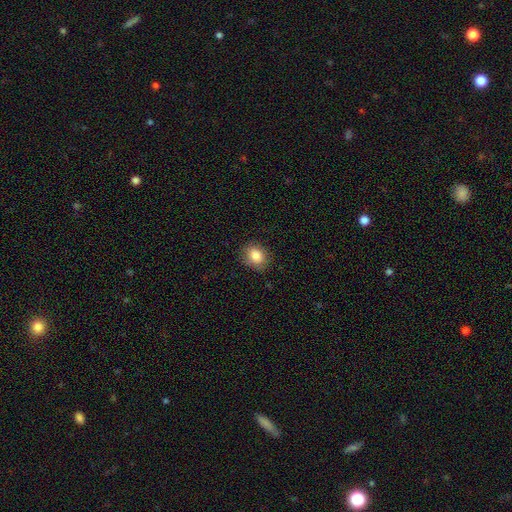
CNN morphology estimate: type=smooth (86%); roundness=in between (51%); merging=none (81%).